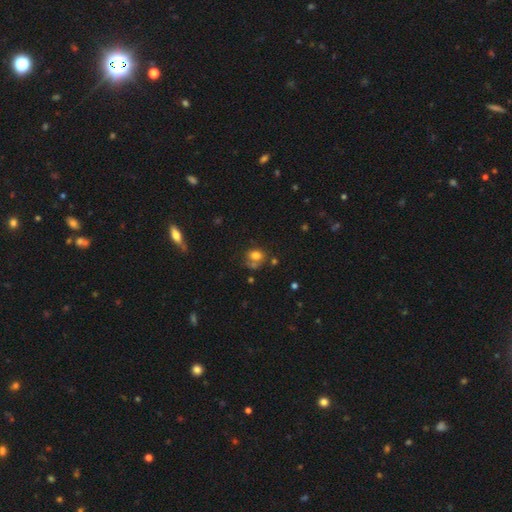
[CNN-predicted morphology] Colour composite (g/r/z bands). It shows a smooth galaxy with no disk features (74%) that is round (58%). Merging: none (51%).